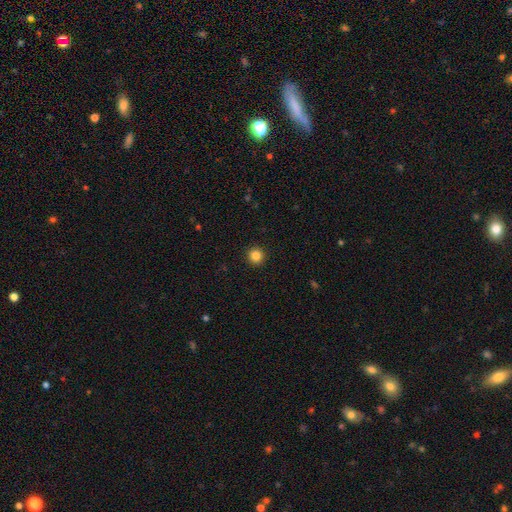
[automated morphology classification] This appears to be a smooth galaxy with no disk features (85%) that is round (95%). Merging: none (93%).